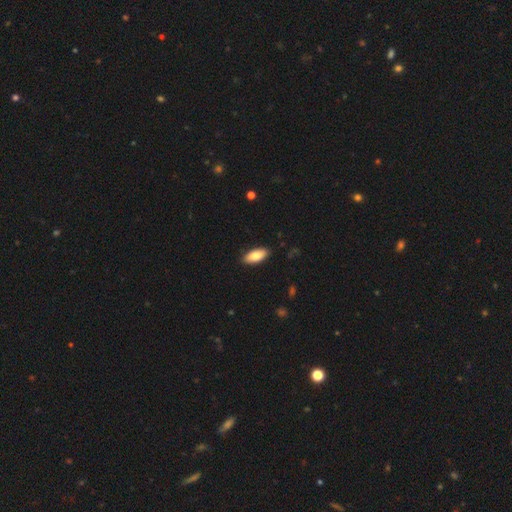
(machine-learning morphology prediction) This is clearly a smooth galaxy (85%). How rounded: clearly in between (86%). Merging: clearly none (88%).